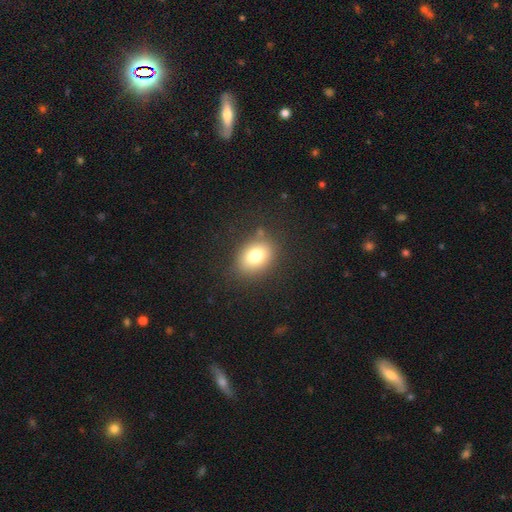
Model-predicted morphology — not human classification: Smooth or featured?
  - smooth: 77% *
  - featured or disk: 11%
  - star or artifact: 11%
How rounded?
  - in between: 63% *
  - round: 36%
  - cigar-shaped: 1%
Merging?
  - none: 81% *
  - minor disturbance: 12%
  - major disturbance: 5%
  - merger: 2%